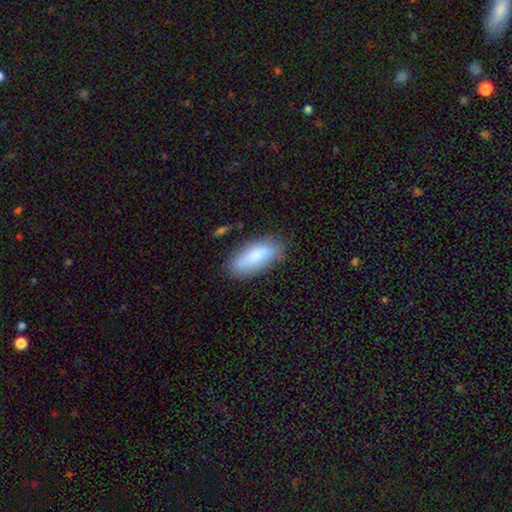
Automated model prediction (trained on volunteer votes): smooth_or_featured: smooth (p=0.83) [alt: featured or disk p=0.11]
how_rounded: in between (p=0.75) [alt: cigar-shaped p=0.23]
merging: none (p=0.78) [alt: minor disturbance p=0.16]